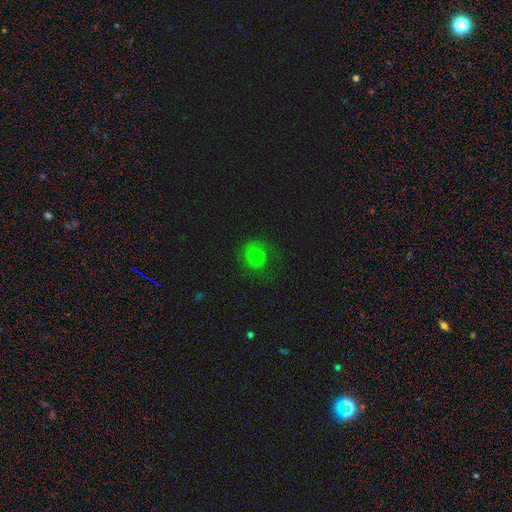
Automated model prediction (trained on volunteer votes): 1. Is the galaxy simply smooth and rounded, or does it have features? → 71% smooth, 15% star or artifact, 15% featured or disk.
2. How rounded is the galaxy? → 80% round, 19% in between, 1% cigar-shaped.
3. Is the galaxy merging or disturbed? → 72% none, 18% minor disturbance, 8% major disturbance, 1% merger.